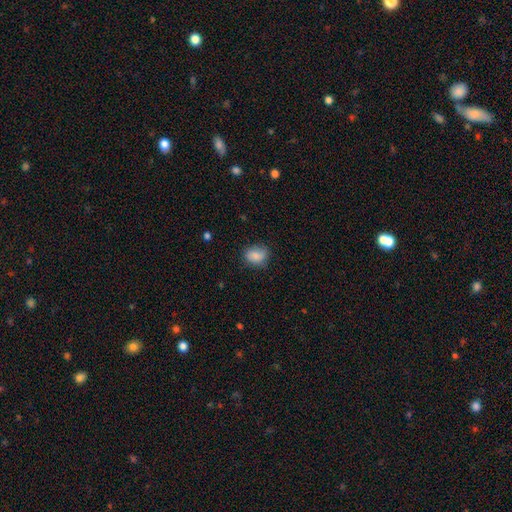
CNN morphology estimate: This is clearly a smooth galaxy (84%). How rounded: possibly in between (56%). Merging: likely none (74%).